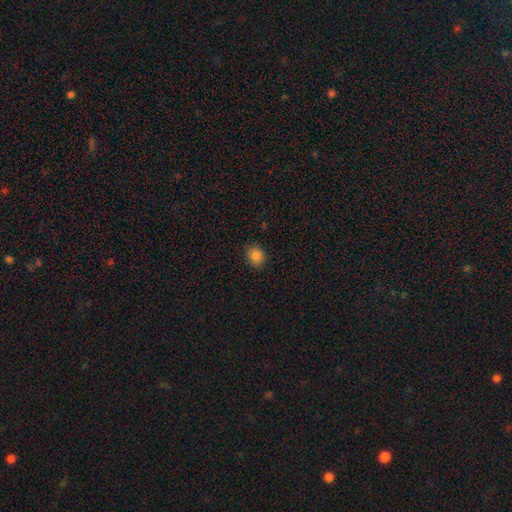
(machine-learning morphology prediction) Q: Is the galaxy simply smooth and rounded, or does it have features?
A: smooth — 84%.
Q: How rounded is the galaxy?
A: round — 63%.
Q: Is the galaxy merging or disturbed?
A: none — 88%.